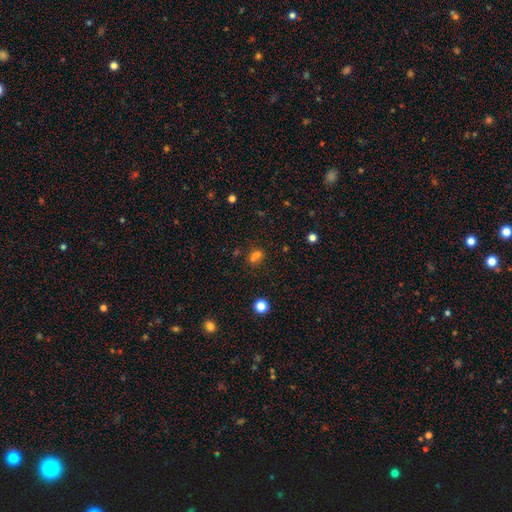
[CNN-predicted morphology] This appears to be a smooth galaxy with no disk features (66%) that is round (63%). Merging: merger (43%).